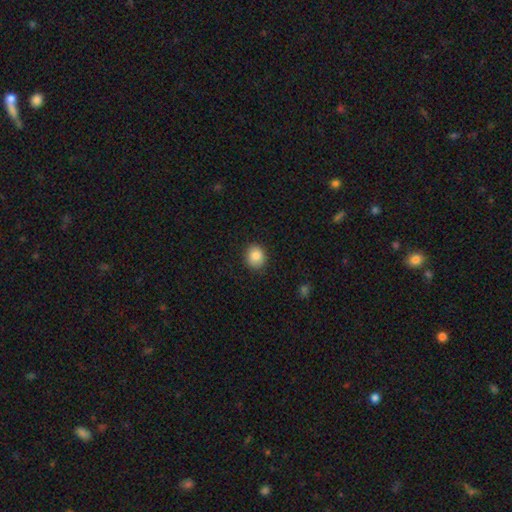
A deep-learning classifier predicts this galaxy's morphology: A smooth galaxy with no disk features (86%) that is round (75%).

Vote fractions:
- Smooth or featured? smooth: 86% / star or artifact: 9% / featured or disk: 5%
- How rounded? round: 75% / in between: 24% / cigar-shaped: 1%
- Merging? none: 88% / minor disturbance: 8% / major disturbance: 2% / merger: 1%